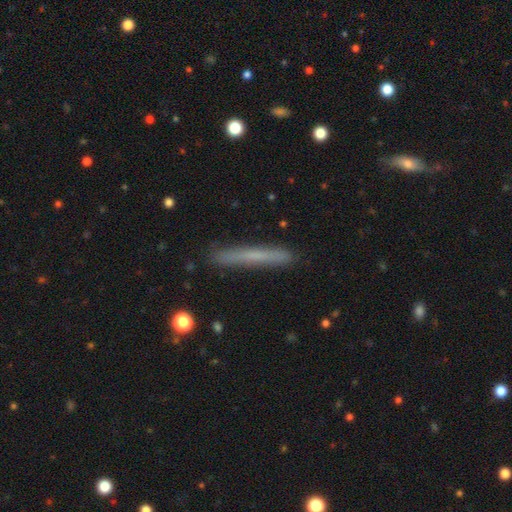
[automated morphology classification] Smooth or featured? smooth (59%)
How rounded? cigar-shaped (96%)
Merging? none (87%)